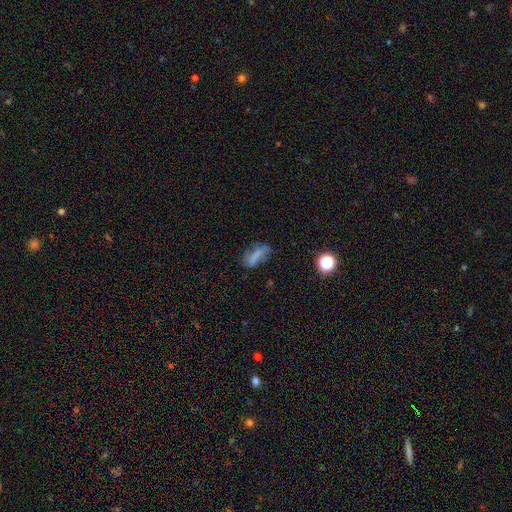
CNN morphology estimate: Smooth or featured? Predicted: smooth (p=0.59). How rounded? Predicted: in between (p=0.73). Merging? Predicted: none (p=0.50).